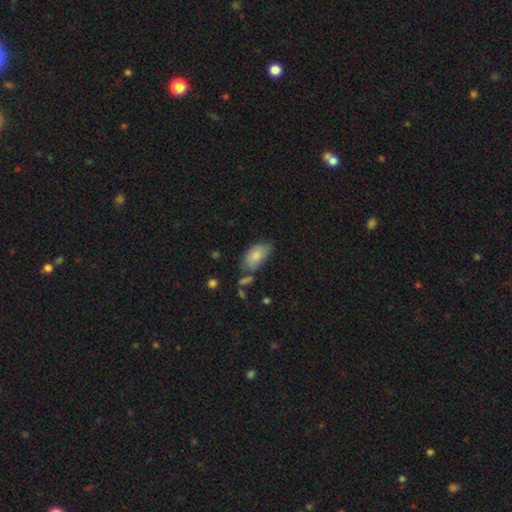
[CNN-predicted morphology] smooth_or_featured: smooth (p=0.80) [alt: featured or disk p=0.14]
how_rounded: in between (p=0.93) [alt: round p=0.04]
merging: none (p=0.54) [alt: minor disturbance p=0.29]